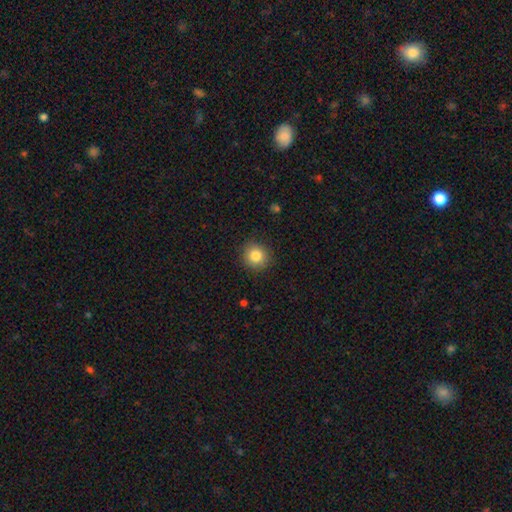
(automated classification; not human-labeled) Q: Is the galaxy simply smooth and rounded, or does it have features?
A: smooth — 84%.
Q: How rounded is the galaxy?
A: round — 89%.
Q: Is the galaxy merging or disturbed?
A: none — 90%.